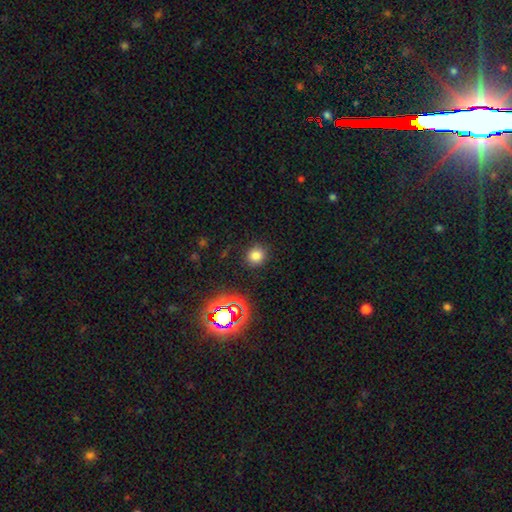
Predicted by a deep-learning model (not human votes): Q: Smooth or featured?
A: smooth (75%); runner-up: star or artifact (19%)
Q: How rounded?
A: round (89%); runner-up: in between (10%)
Q: Merging?
A: none (89%); runner-up: minor disturbance (7%)